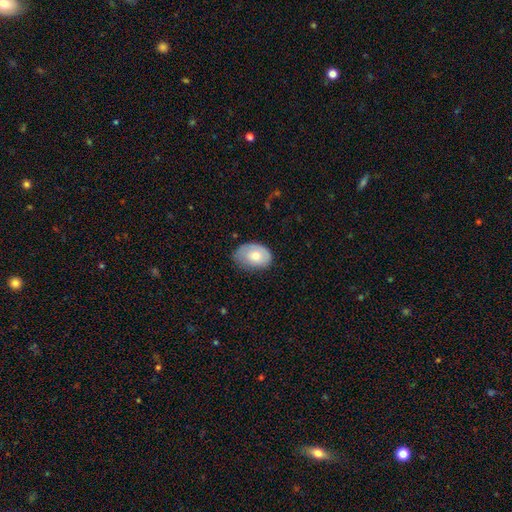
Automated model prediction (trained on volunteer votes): Morphology: type=smooth (68%); roundness=in between (82%); merging=none (59%).